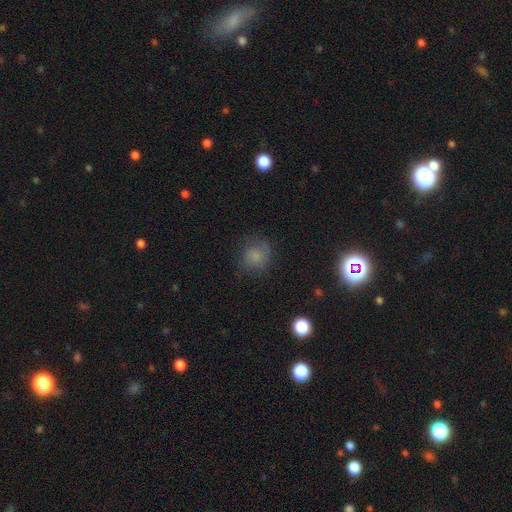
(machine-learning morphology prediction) This is likely a smooth galaxy (72%). How rounded: clearly round (81%). Merging: likely none (68%).